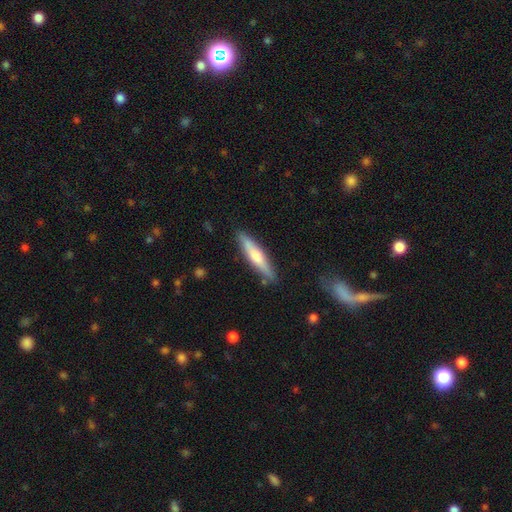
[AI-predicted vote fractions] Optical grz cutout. It shows a smooth galaxy with no disk features (54%) that is cigar-shaped (85%). Merging: none (86%).